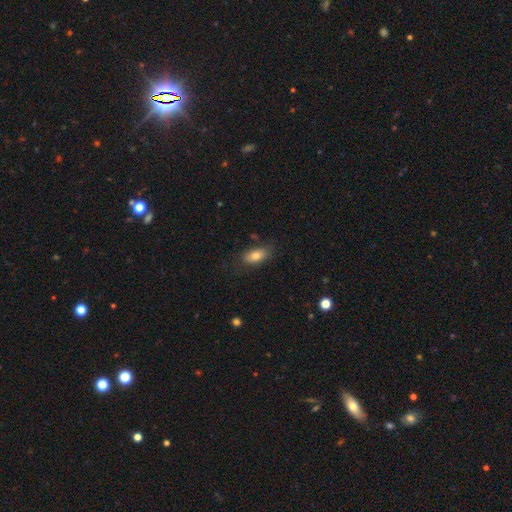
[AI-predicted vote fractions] Q: Smooth or featured?
A: smooth (80%); runner-up: featured or disk (12%)
Q: How rounded?
A: in between (89%); runner-up: round (6%)
Q: Merging?
A: none (76%); runner-up: minor disturbance (17%)